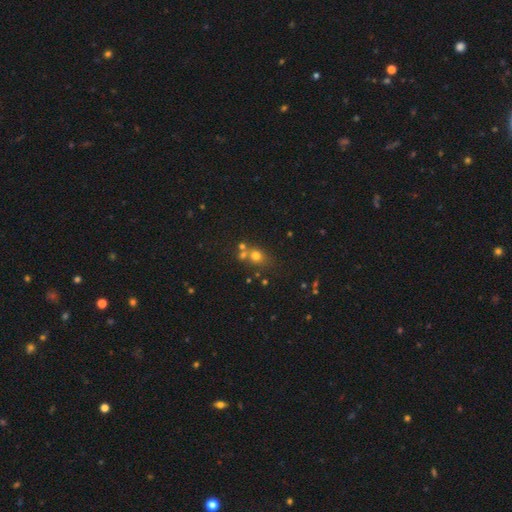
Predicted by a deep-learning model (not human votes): Smooth or featured: smooth — 66% (star or artifact — 20%)
How rounded: round — 72% (in between — 27%)
Merging: none — 53% (merger — 31%)